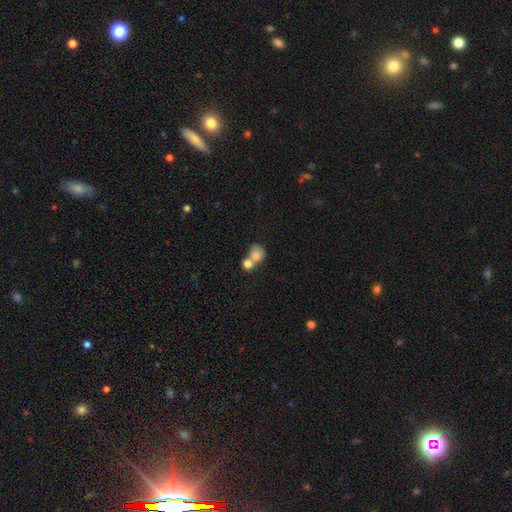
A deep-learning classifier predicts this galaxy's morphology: Smooth or featured? smooth (78%)
How rounded? round (71%)
Merging? merger (58%)